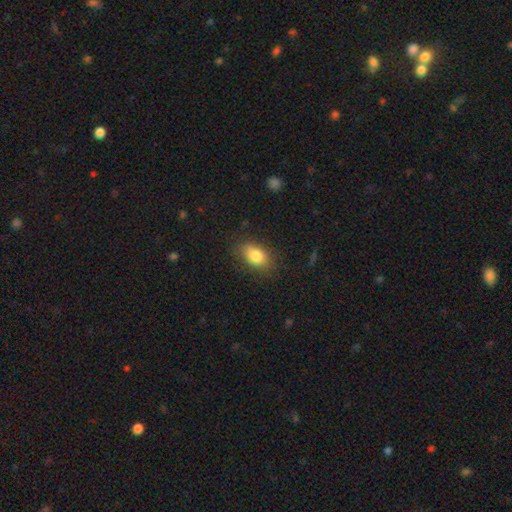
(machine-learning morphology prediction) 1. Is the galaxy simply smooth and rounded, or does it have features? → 82% smooth, 9% featured or disk, 9% star or artifact.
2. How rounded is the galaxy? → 84% in between, 14% round, 2% cigar-shaped.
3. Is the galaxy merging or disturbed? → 78% none, 16% minor disturbance, 5% major disturbance, 1% merger.